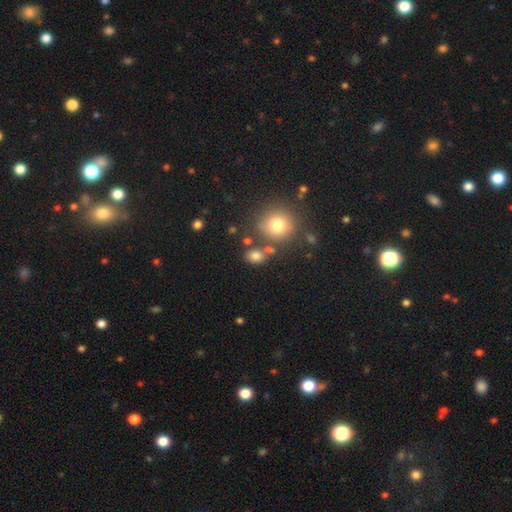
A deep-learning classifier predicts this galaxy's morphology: This appears to be a smooth galaxy with no disk features (78%) that is round (53%). Merging: none (69%).